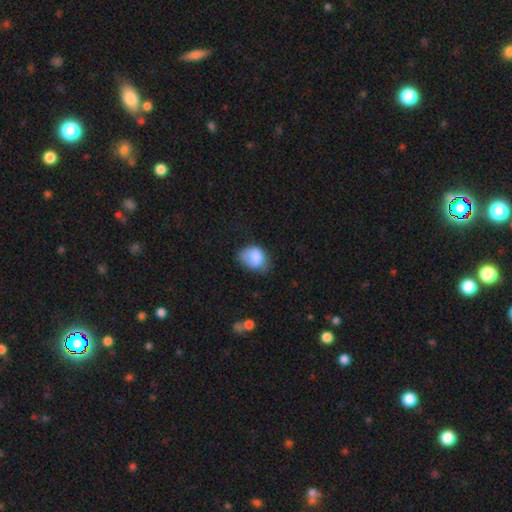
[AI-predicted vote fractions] This appears to be a smooth galaxy with no disk features (82%) that is in between round and cigar-shaped (67%). Merging: none (43%).